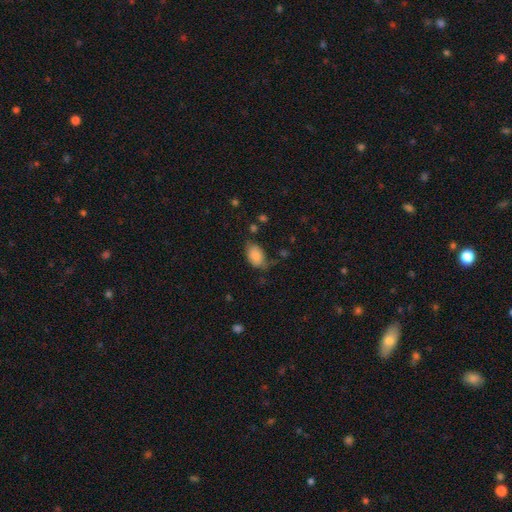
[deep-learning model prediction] The model was most divided on "merging": none: 56%, minor disturbance: 31%, major disturbance: 10%, merger: 3%. More confident: how rounded — in between (88%); smooth or featured — smooth (81%).